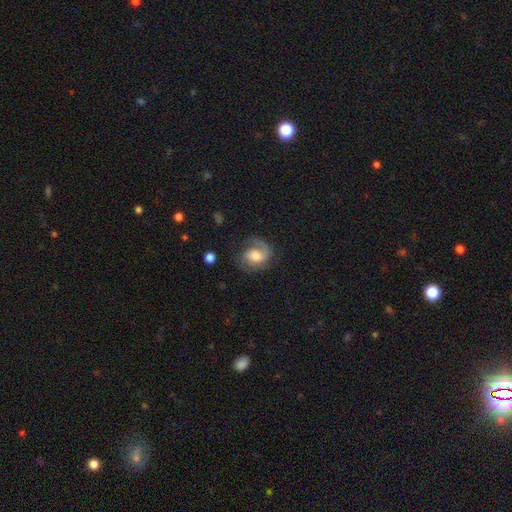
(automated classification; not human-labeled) A featured or disk galaxy (71%) with no bar (57%), 1 (47%) medium (45%) spiral arms (94%) and a moderate central bulge (45%). Merging: none (62%).